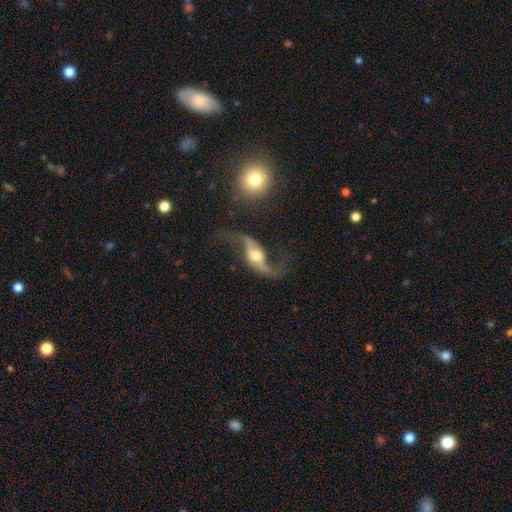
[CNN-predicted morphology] This is clearly a featured or disk galaxy (87%). It is clearly not viewed edge-on (91%). Bar: marginally no (43%). Spiral arm pattern: clearly yes (94%). Spiral arm count: clearly 2 (93%). Spiral winding: clearly loose (90%). Central bulge: likely moderate (65%). Merging: likely none (63%).